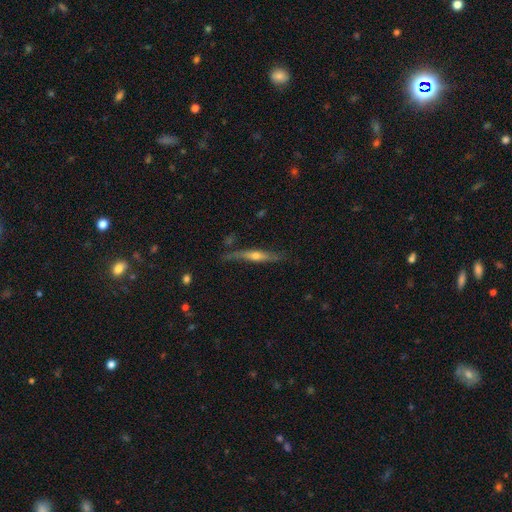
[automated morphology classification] smooth-or-featured: featured or disk: 67% | smooth: 27% | star or artifact: 6%
  disk-edge-on: yes: 93% | no: 7%
    edge-on-bulge: rounded: 85% | none: 11% | boxy: 4%
  merging: none: 73% | minor disturbance: 19% | major disturbance: 5% | merger: 3%